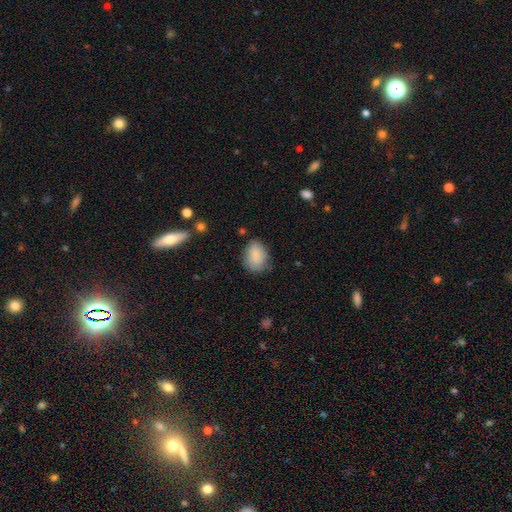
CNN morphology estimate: A smooth galaxy with no disk features (85%) that is in between round and cigar-shaped (71%).

Vote fractions:
- Smooth or featured? smooth: 85% / featured or disk: 8% / star or artifact: 7%
- How rounded? in between: 71% / round: 27% / cigar-shaped: 1%
- Merging? none: 65% / minor disturbance: 26% / major disturbance: 7% / merger: 2%